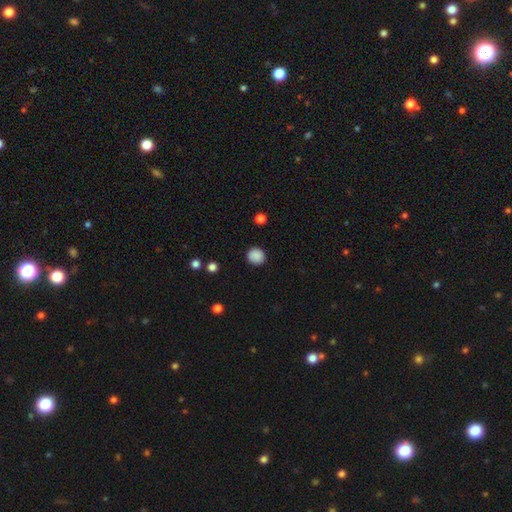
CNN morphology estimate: smooth_or_featured: smooth (p=0.88) [alt: star or artifact p=0.10]
how_rounded: round (p=0.89) [alt: in between p=0.10]
merging: none (p=0.90) [alt: minor disturbance p=0.07]